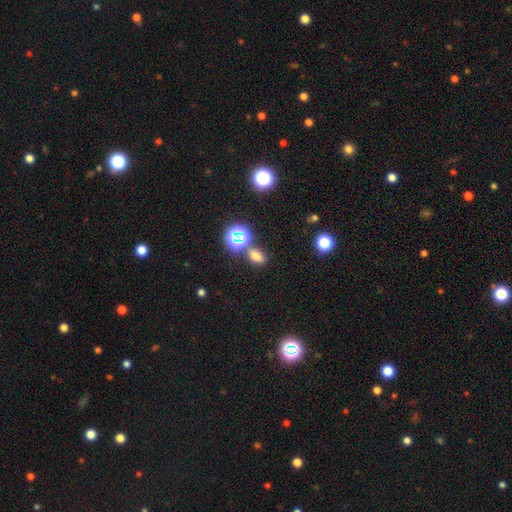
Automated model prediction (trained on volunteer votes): Smooth or featured? smooth (67%)
How rounded? in between (75%)
Merging? none (73%)